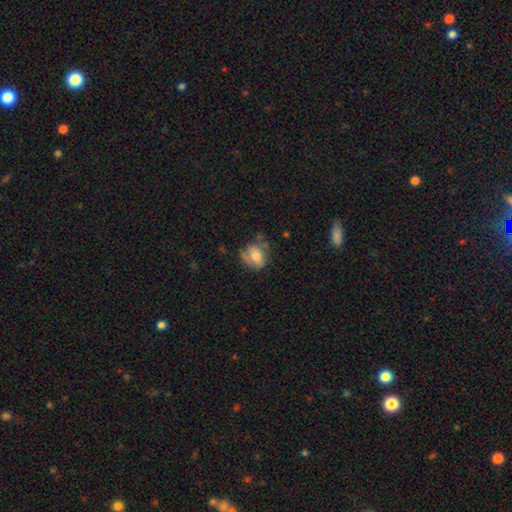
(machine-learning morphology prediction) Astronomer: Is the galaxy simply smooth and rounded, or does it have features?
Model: smooth — 63%.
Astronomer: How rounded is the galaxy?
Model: round — 51% (runner-up: in between, 48%).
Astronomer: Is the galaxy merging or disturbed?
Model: none — 49% (runner-up: minor disturbance, 31%).